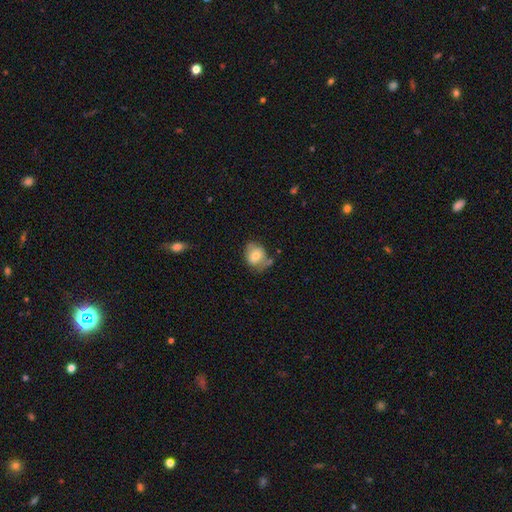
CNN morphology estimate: The model was most divided on "how rounded": round: 53%, in between: 46%, cigar-shaped: 1%. More confident: smooth or featured — smooth (66%); merging — none (50%).